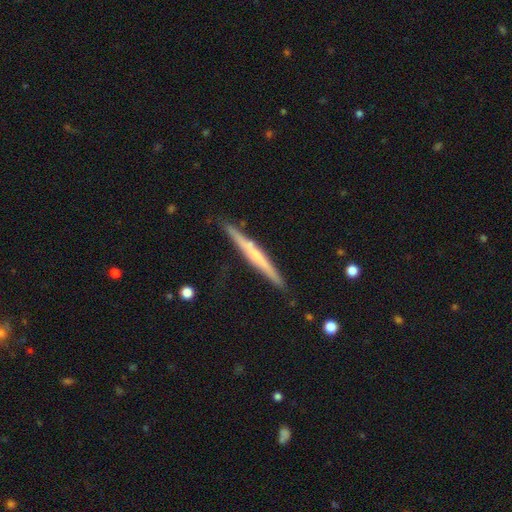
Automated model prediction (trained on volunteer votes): Morphology: type=featured or disk (58%); edge-on=yes (97%); edge-on bulge=none (63%); merging=none (84%).